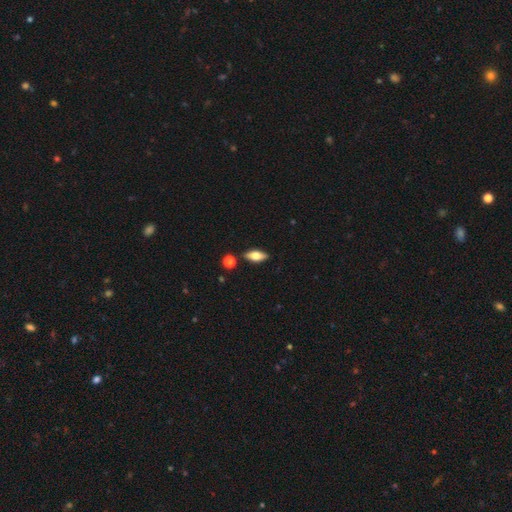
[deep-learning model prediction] smooth-or-featured: smooth: 63% | featured or disk: 30% | star or artifact: 7%
  how-rounded: in between: 80% | cigar-shaped: 17% | round: 4%
  merging: none: 85% | minor disturbance: 9% | merger: 4% | major disturbance: 2%